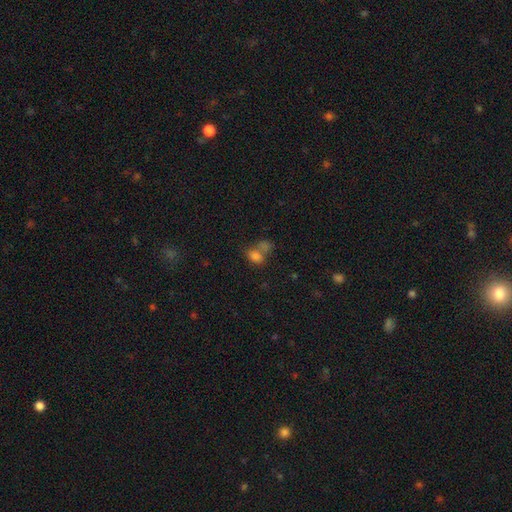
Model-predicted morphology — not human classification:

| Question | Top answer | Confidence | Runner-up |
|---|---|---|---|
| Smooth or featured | smooth | 57% | star or artifact (29%) |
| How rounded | in between | 55% | round (42%) |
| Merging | none | 41% | tied: merger (41%) |